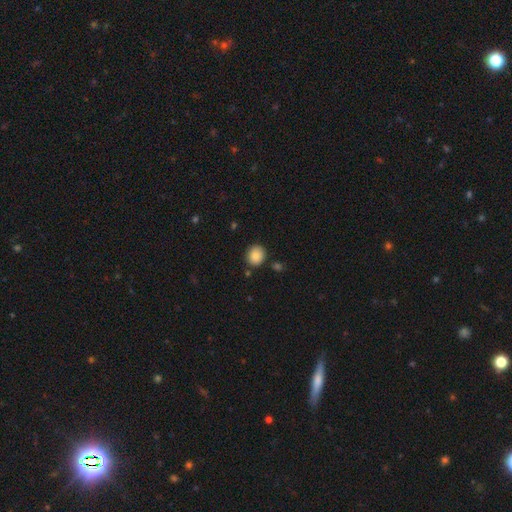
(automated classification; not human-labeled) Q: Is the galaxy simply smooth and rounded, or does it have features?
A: smooth — 86%.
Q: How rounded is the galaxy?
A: round — 77%.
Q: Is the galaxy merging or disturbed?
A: none — 84%.